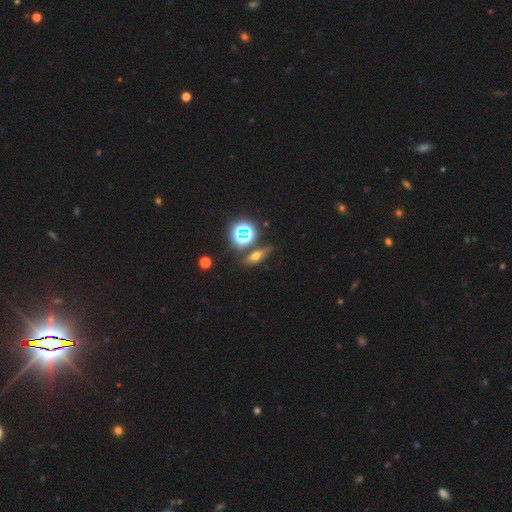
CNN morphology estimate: Smooth or featured?
  - smooth: 48% *
  - star or artifact: 29%
  - featured or disk: 24%
Merging?
  - none: 75% *
  - minor disturbance: 12%
  - merger: 9%
  - major disturbance: 4%